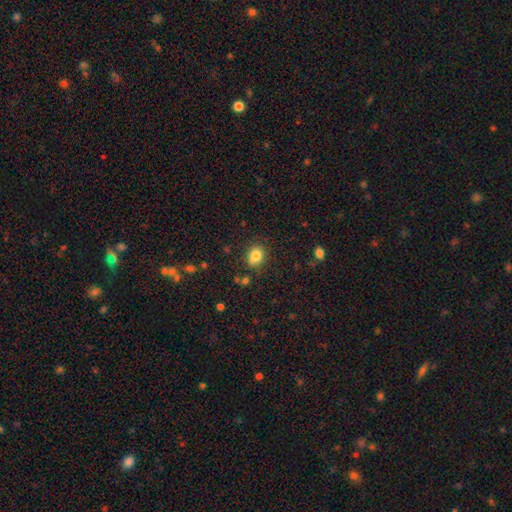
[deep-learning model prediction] This is clearly a smooth galaxy (81%). How rounded: possibly round (53%). Merging: likely none (75%).